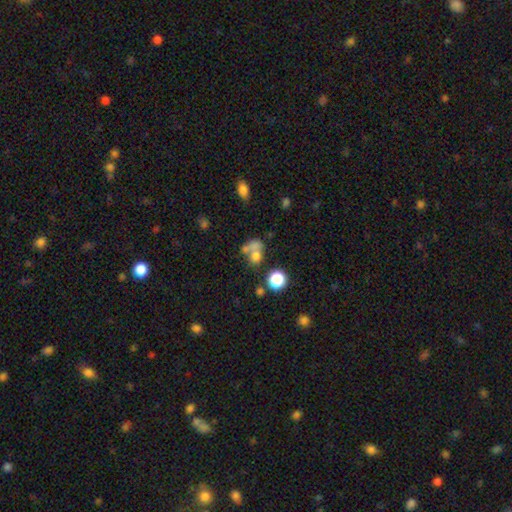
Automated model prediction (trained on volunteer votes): smooth 65%, featured or disk 18%, star or artifact 17%. Down the decision tree: how rounded — round (61%); merging — merger (53%).